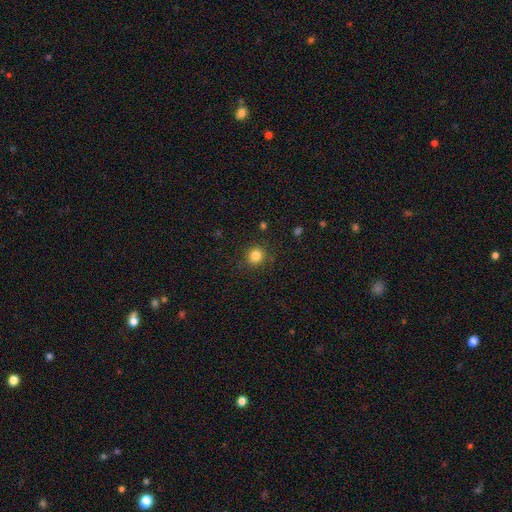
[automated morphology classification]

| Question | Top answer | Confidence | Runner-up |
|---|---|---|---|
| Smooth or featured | smooth | 83% | star or artifact (12%) |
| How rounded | round | 87% | in between (12%) |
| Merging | none | 87% | minor disturbance (8%) |